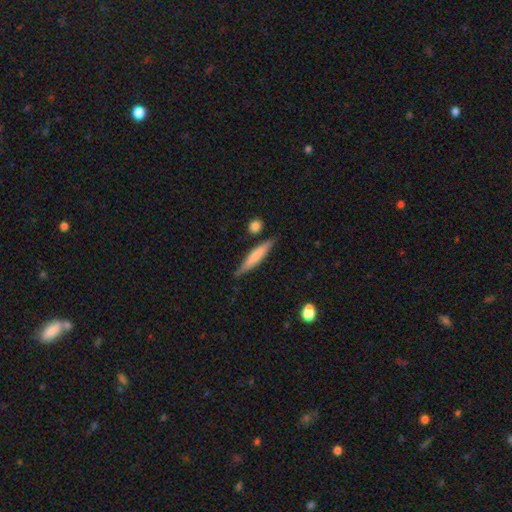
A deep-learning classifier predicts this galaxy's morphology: smooth-or-featured: smooth: 59% | featured or disk: 35% | star or artifact: 6%
  how-rounded: cigar-shaped: 89% | in between: 10% | round: 2%
  merging: none: 78% | minor disturbance: 15% | merger: 5% | major disturbance: 3%